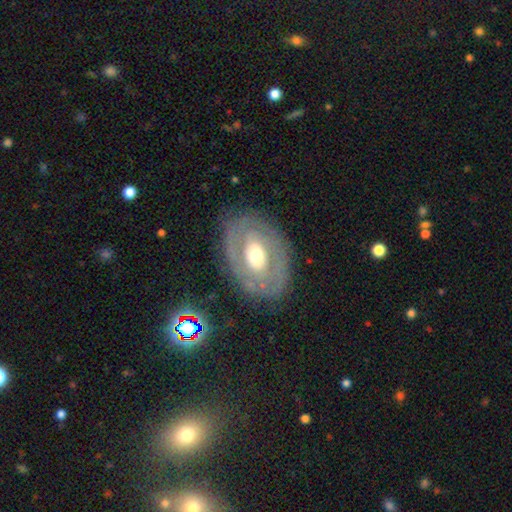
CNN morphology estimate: A featured or disk galaxy (67%) with no bar (64%), no spiral arms (57%) and a moderate central bulge (65%).

Vote fractions:
- Smooth or featured? featured or disk: 67% / smooth: 27% / star or artifact: 6%
- Edge-on disk? no: 94% / yes: 6%
- Bar? no: 64% / weak: 25% / strong: 11%
- Spiral arms? no: 57% / yes: 43%
- Bulge size? moderate: 65% / small: 18% / large: 14% / dominant: 2% / none: 1%
- Merging? none: 78% / minor disturbance: 14% / major disturbance: 7% / merger: 2%